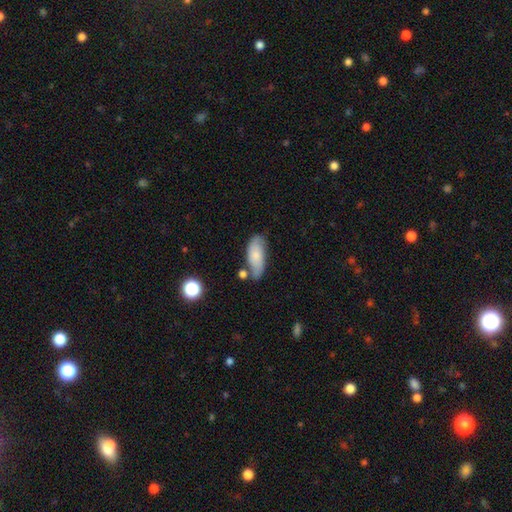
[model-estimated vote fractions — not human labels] smooth 70%, featured or disk 23%, star or artifact 7%. Down the decision tree: how rounded — in between (83%); merging — none (56%).